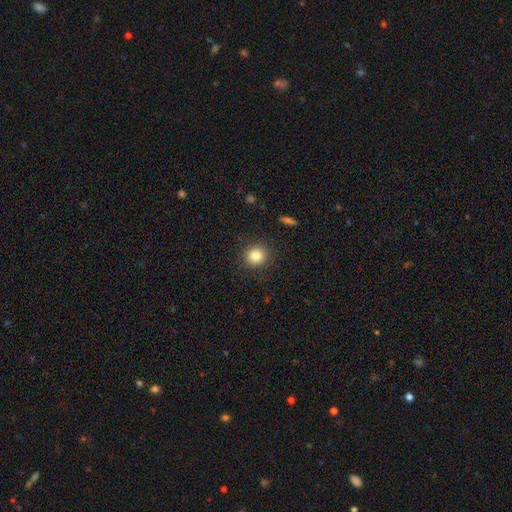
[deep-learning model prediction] Q: Smooth or featured?
A: smooth (82%); runner-up: star or artifact (11%)
Q: How rounded?
A: round (91%); runner-up: in between (8%)
Q: Merging?
A: none (90%); runner-up: minor disturbance (6%)